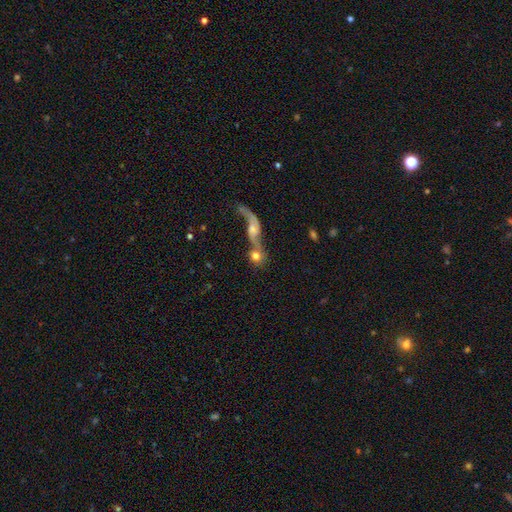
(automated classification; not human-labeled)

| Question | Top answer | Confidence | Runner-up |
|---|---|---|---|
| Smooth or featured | smooth | 67% | featured or disk (23%) |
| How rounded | round | 79% | in between (17%) |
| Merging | merger | 57% | none (27%) |